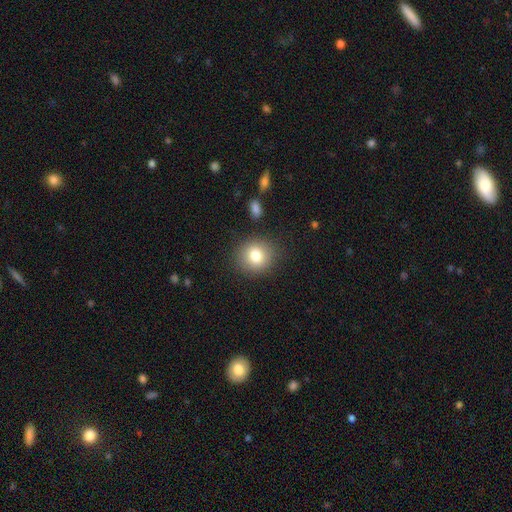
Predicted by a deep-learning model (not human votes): Smooth or featured? smooth (80%)
How rounded? round (85%)
Merging? none (86%)